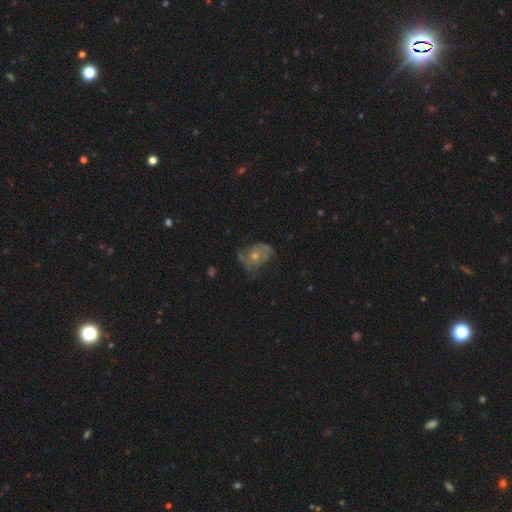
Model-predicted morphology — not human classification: smooth-or-featured: featured or disk: 57% | smooth: 34% | star or artifact: 10%
  disk-edge-on: no: 96% | yes: 4%
    bar: no: 86% | weak: 12% | strong: 2%
    has-spiral-arms: yes: 62% | no: 38%
    bulge-size: moderate: 51% | small: 43% | large: 3% | none: 2% | dominant: 1%
  merging: none: 46% | minor disturbance: 31% | major disturbance: 21% | merger: 2%